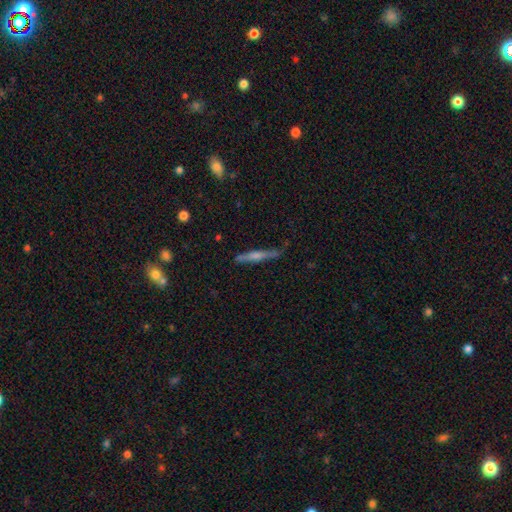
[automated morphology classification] Smooth or featured: featured or disk — 62% (smooth — 31%)
Edge-on disk: yes — 96% (no — 4%)
Edge-on bulge: rounded — 67% (none — 20%)
Merging: none — 83% (minor disturbance — 13%)